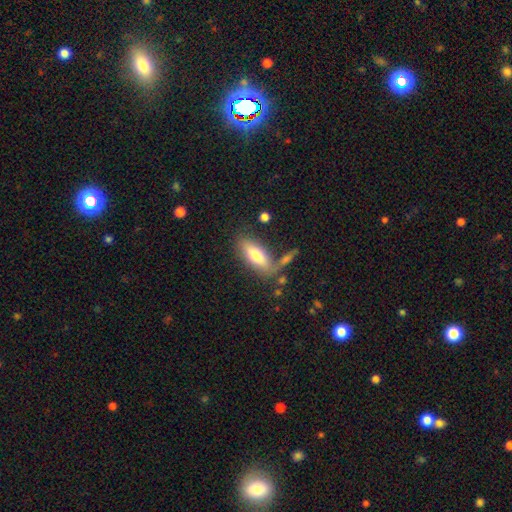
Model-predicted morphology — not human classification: Smooth or featured: smooth — 70% (featured or disk — 23%)
How rounded: in between — 71% (cigar-shaped — 26%)
Merging: none — 63% (minor disturbance — 17%)